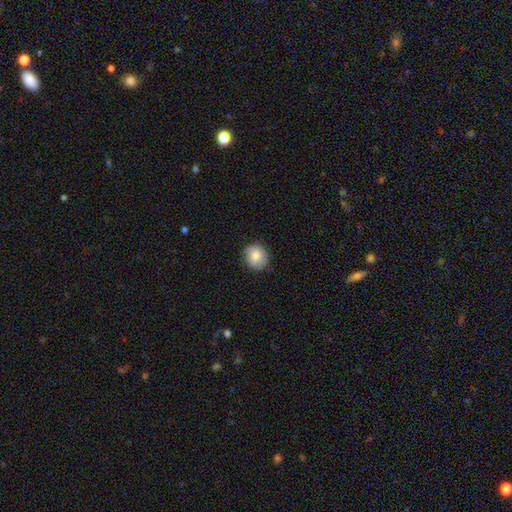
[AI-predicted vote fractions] Overall: smooth (82%). How rounded: round (83%). Merging: none (84%).